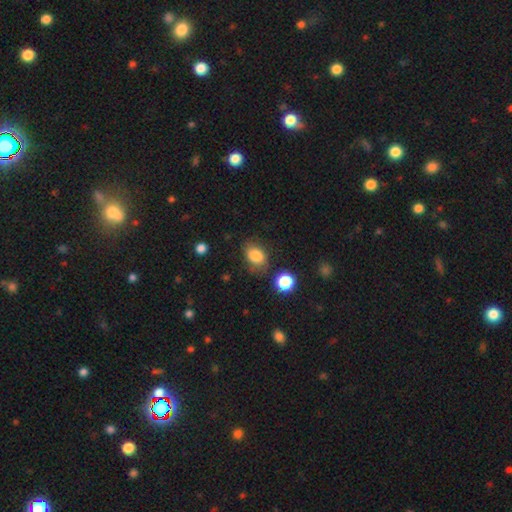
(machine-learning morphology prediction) smooth-or-featured: smooth: 82% | star or artifact: 9% | featured or disk: 8%
  how-rounded: in between: 71% | round: 28% | cigar-shaped: 1%
  merging: none: 71% | minor disturbance: 19% | major disturbance: 6% | merger: 4%